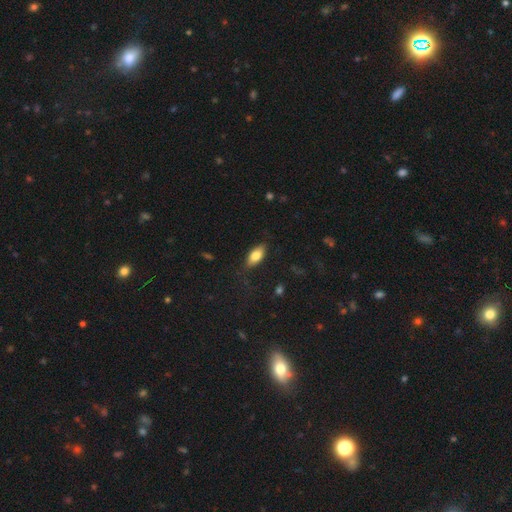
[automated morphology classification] A smooth galaxy with no disk features (77%) that is in between round and cigar-shaped (85%). Merging: none (79%).